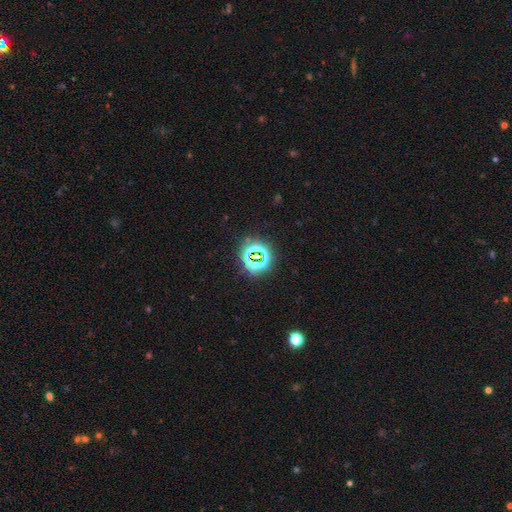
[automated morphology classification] Overall: star or artifact (73%).